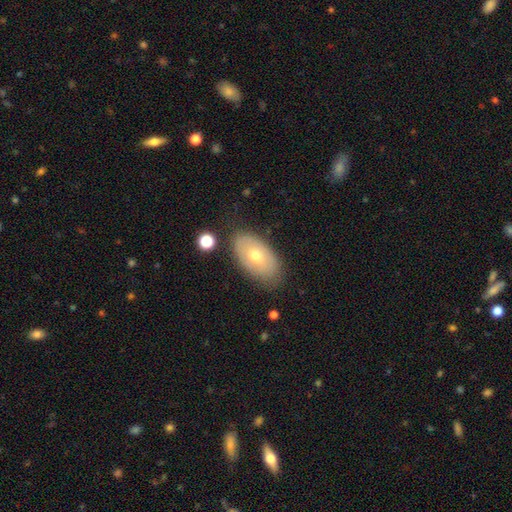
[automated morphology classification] Smooth or featured: smooth — 56% (featured or disk — 36%)
How rounded: in between — 92% (round — 6%)
Merging: none — 77% (minor disturbance — 16%)